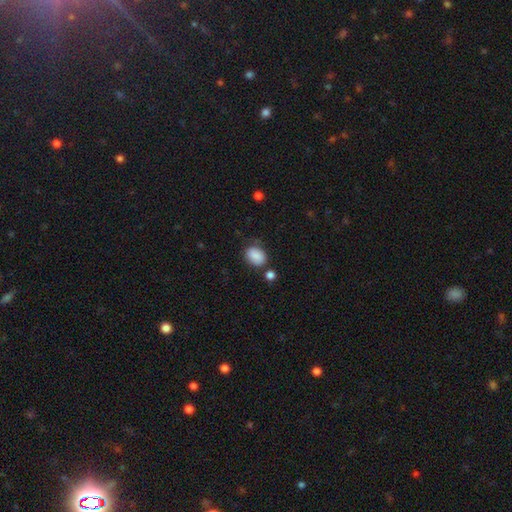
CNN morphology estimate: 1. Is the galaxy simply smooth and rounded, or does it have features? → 86% smooth, 8% star or artifact, 6% featured or disk.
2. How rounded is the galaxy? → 65% in between, 34% round, 1% cigar-shaped.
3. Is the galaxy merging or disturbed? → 67% none, 19% minor disturbance, 8% merger, 6% major disturbance.